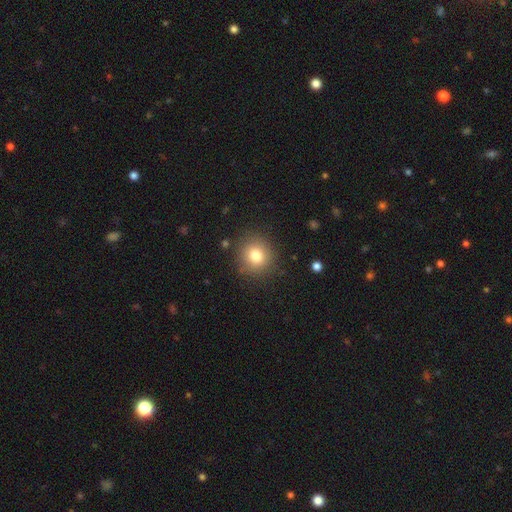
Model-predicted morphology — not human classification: Q: Smooth or featured?
A: smooth (79%); runner-up: star or artifact (12%)
Q: How rounded?
A: round (89%); runner-up: in between (10%)
Q: Merging?
A: none (87%); runner-up: minor disturbance (8%)